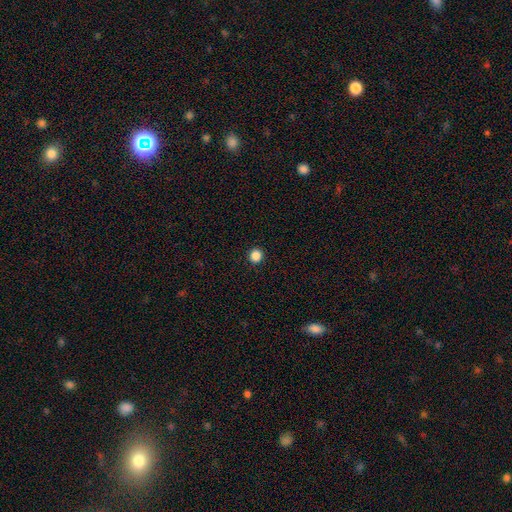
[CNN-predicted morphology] Smooth or featured? Predicted: smooth (p=0.86). How rounded? Predicted: round (p=0.94). Merging? Predicted: none (p=0.94).